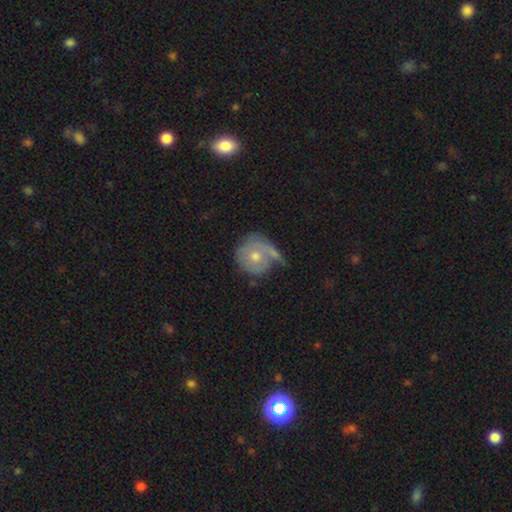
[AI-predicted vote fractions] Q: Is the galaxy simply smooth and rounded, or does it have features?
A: featured or disk — 52%.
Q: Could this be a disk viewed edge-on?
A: no — 96%.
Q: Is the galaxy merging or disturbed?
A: none — 51%.